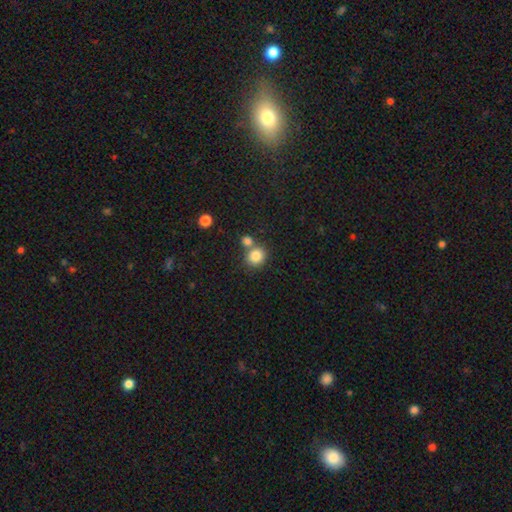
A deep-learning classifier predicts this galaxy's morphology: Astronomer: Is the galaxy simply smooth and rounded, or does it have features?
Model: smooth — 83%.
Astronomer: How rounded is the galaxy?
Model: round — 81%.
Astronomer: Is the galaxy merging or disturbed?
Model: none — 57% (runner-up: merger, 32%).